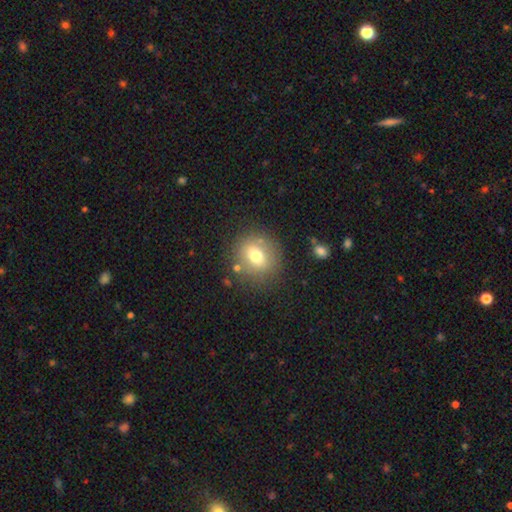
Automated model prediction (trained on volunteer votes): smooth 70%, featured or disk 19%, star or artifact 11%. Down the decision tree: how rounded — round (73%); merging — none (79%).